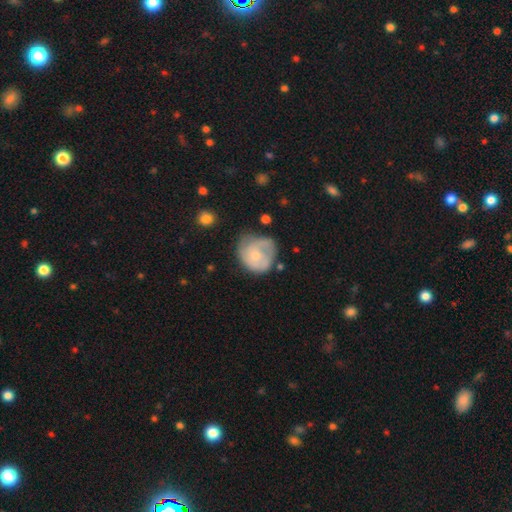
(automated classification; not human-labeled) Overall: featured or disk (54%; smooth 40%). Edge-on disk: no (98%). Bar: no (79%). Spiral arms: yes (74%). Bulge size: small (60%; moderate 34%). Merging: none (47%; minor disturbance 32%).